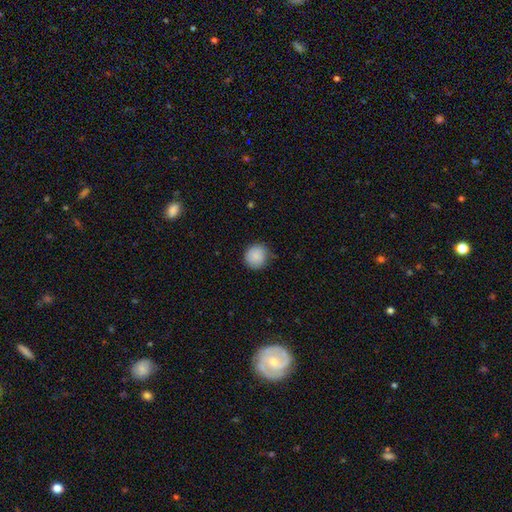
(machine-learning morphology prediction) Overall: smooth (87%). How rounded: round (90%). Merging: none (83%).